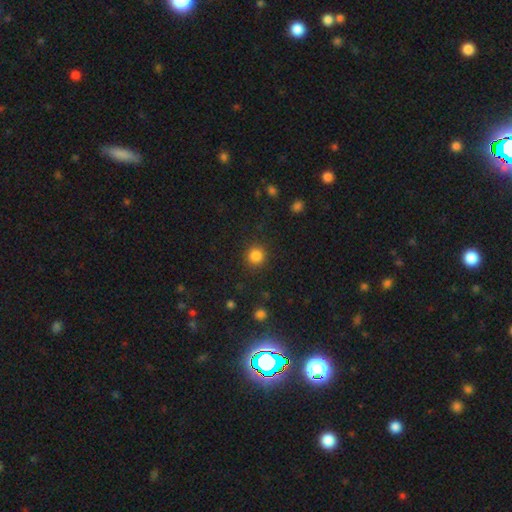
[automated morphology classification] Overall: smooth (84%). How rounded: round (92%). Merging: none (90%).